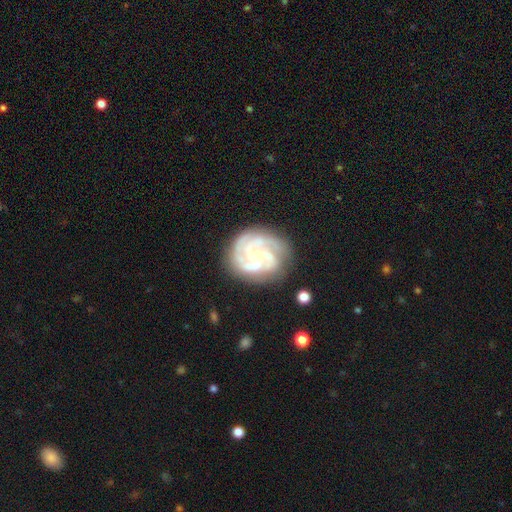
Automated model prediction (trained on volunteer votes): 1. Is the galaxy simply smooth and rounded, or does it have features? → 87% featured or disk, 7% smooth, 5% star or artifact.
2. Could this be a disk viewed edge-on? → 98% no, 2% yes.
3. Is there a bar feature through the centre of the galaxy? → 64% no, 30% weak, 7% strong.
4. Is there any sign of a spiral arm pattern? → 98% yes, 2% no.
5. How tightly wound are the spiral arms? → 65% tight, 30% medium, 4% loose.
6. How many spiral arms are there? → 48% 3, 20% 4, 12% can't tell, 11% 2, 5% more than 4, 5% 1.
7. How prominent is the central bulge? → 62% small, 26% moderate, 8% none, 2% large, 1% dominant.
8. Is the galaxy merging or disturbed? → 73% none, 18% minor disturbance, 7% major disturbance, 2% merger.